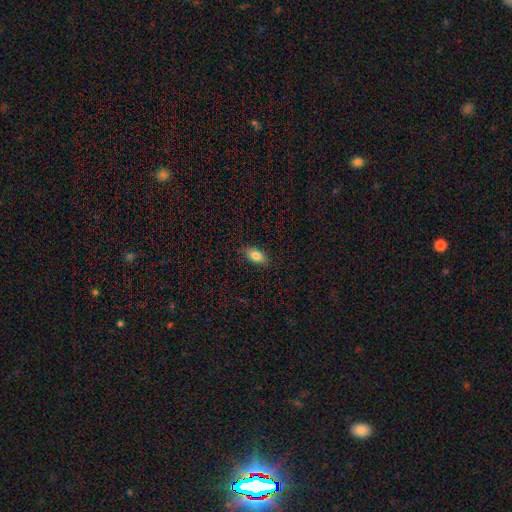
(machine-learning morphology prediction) Smooth or featured?
  - smooth: 82% *
  - featured or disk: 10%
  - star or artifact: 8%
How rounded?
  - in between: 87% *
  - cigar-shaped: 9%
  - round: 5%
Merging?
  - none: 85% *
  - minor disturbance: 11%
  - major disturbance: 2%
  - merger: 1%